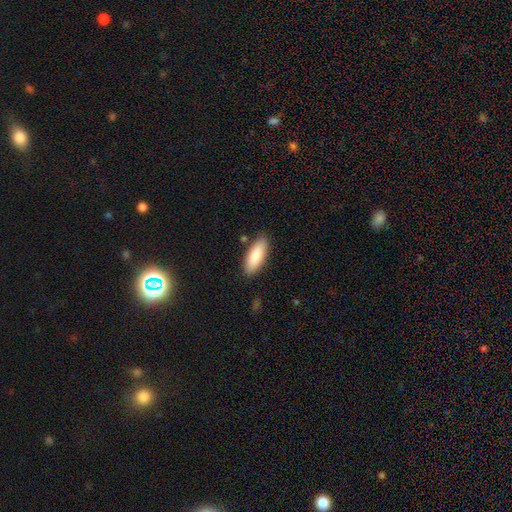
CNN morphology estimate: This is clearly a smooth galaxy (85%). How rounded: likely in between (71%). Merging: clearly none (85%).